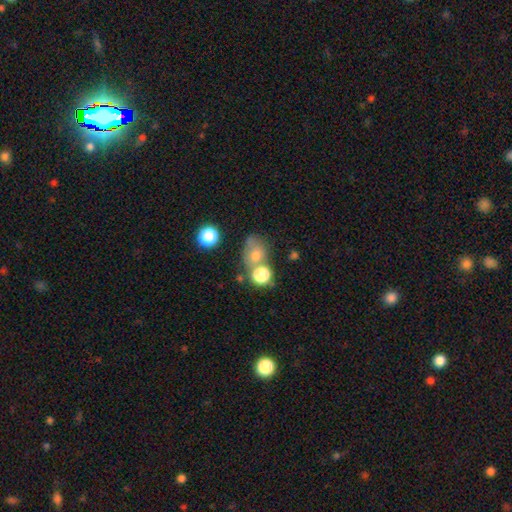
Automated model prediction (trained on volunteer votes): Smooth or featured: smooth — 55% (star or artifact — 26%)
How rounded: round — 57% (in between — 42%)
Merging: none — 55% (merger — 24%)